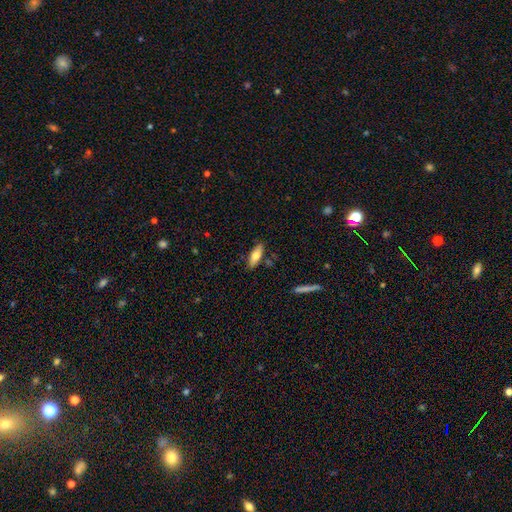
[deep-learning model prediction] A smooth galaxy with no disk features (73%) that is in between round and cigar-shaped (64%). Merging: none (83%).